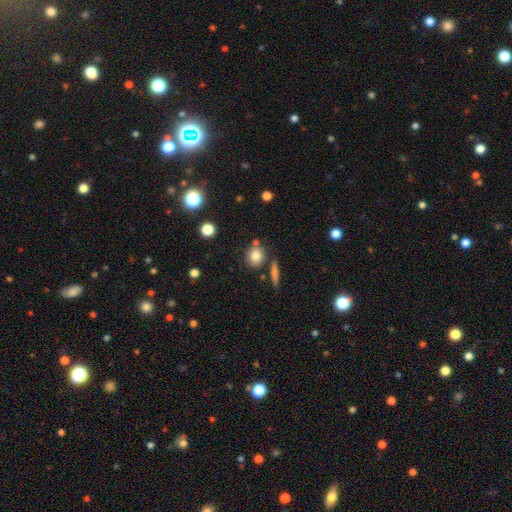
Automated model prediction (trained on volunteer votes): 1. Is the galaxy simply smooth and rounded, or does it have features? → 79% smooth, 10% star or artifact, 10% featured or disk.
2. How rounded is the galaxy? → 75% round, 23% in between, 2% cigar-shaped.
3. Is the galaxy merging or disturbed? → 73% none, 12% merger, 12% minor disturbance, 3% major disturbance.